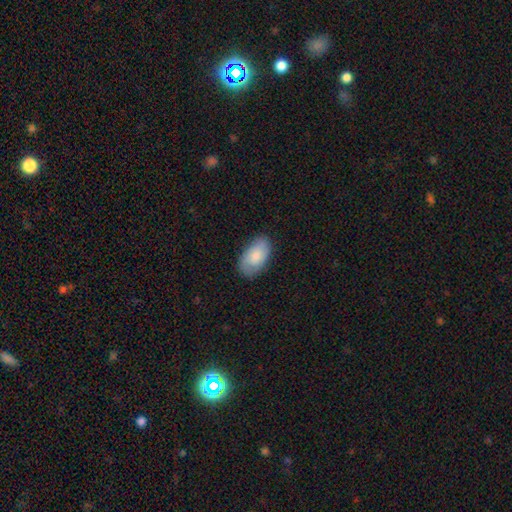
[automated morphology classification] The model was most divided on "smooth or featured": smooth: 72%, featured or disk: 21%, star or artifact: 6%. More confident: how rounded — in between (95%); merging — none (80%).